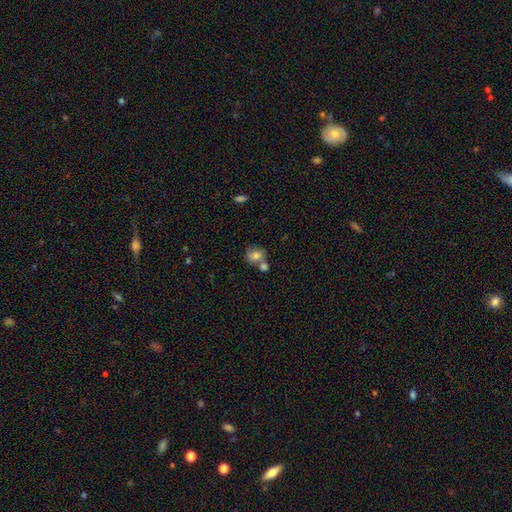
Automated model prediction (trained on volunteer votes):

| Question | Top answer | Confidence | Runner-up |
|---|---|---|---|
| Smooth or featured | smooth | 72% | featured or disk (19%) |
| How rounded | round | 63% | in between (36%) |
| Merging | none | 41% | tied: merger (41%) |